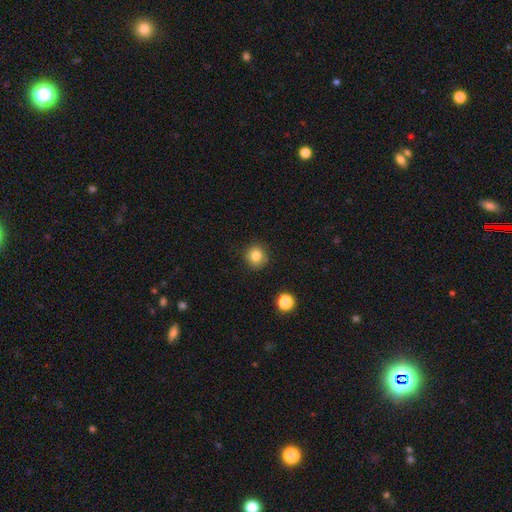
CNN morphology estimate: A smooth galaxy with no disk features (83%) that is round (92%).

Vote fractions:
- Smooth or featured? smooth: 83% / star or artifact: 11% / featured or disk: 6%
- How rounded? round: 92% / in between: 7% / cigar-shaped: 1%
- Merging? none: 90% / minor disturbance: 6% / major disturbance: 2% / merger: 1%